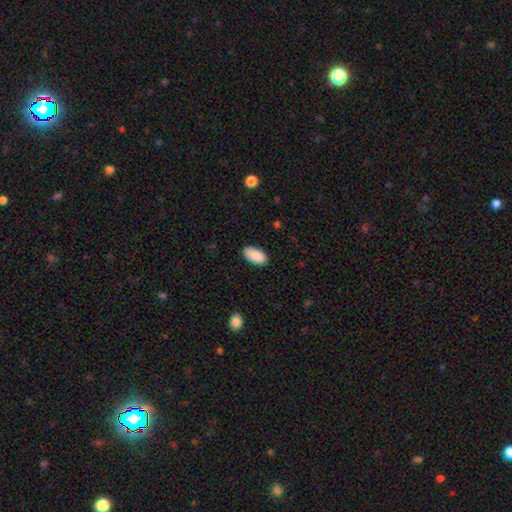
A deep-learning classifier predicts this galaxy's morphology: This appears to be a smooth galaxy with no disk features (88%) that is in between round and cigar-shaped (95%). Merging: none (86%).